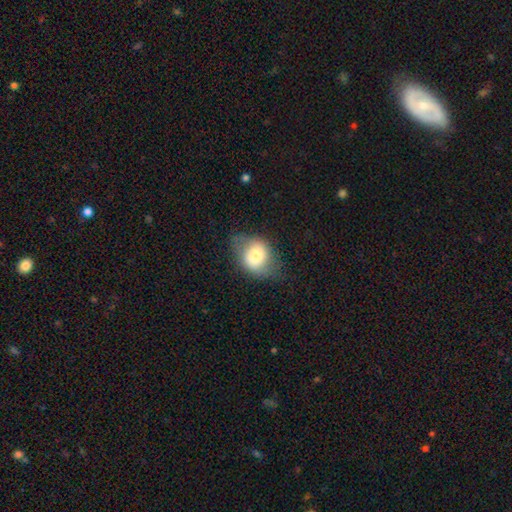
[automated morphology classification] smooth-or-featured: smooth: 69% | featured or disk: 23% | star or artifact: 8%
  how-rounded: in between: 60% | round: 39% | cigar-shaped: 1%
  merging: none: 58% | minor disturbance: 28% | major disturbance: 12% | merger: 2%